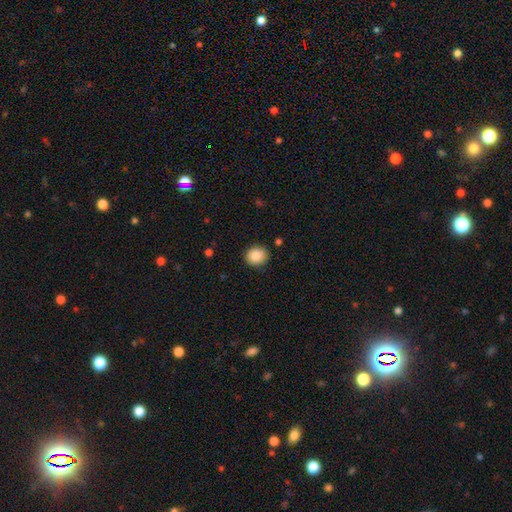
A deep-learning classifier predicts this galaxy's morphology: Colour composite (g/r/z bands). It shows a smooth galaxy with no disk features (88%) that is round (76%). Merging: none (87%).